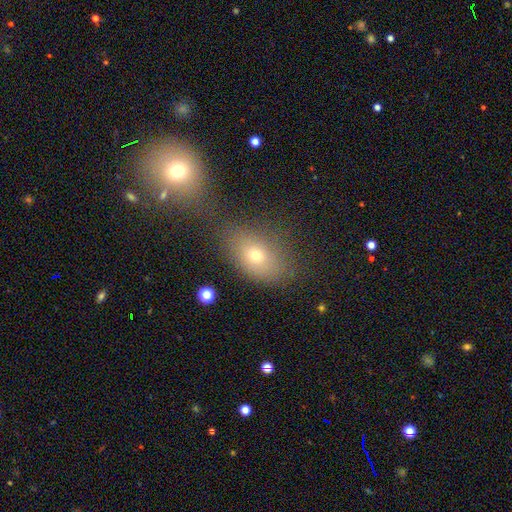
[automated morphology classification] Overall: smooth (70%). How rounded: in between (78%). Merging: none (66%).